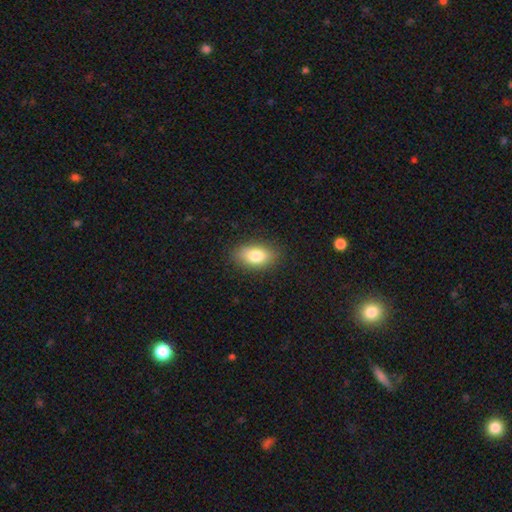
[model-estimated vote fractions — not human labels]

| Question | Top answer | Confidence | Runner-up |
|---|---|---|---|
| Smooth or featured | smooth | 80% | featured or disk (12%) |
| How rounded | in between | 87% | round (9%) |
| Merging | none | 87% | minor disturbance (10%) |